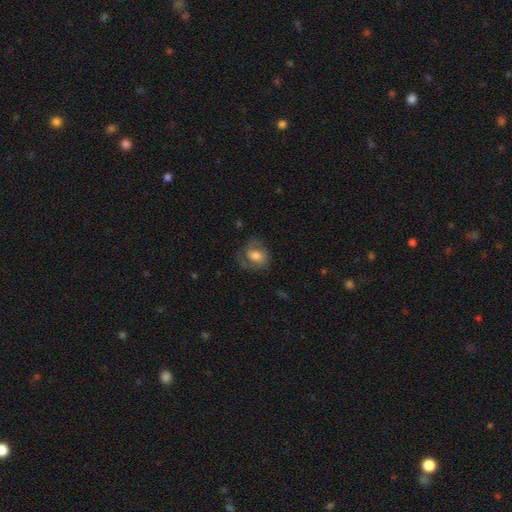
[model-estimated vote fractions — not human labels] Smooth or featured? featured or disk (49%)
Merging? none (59%)